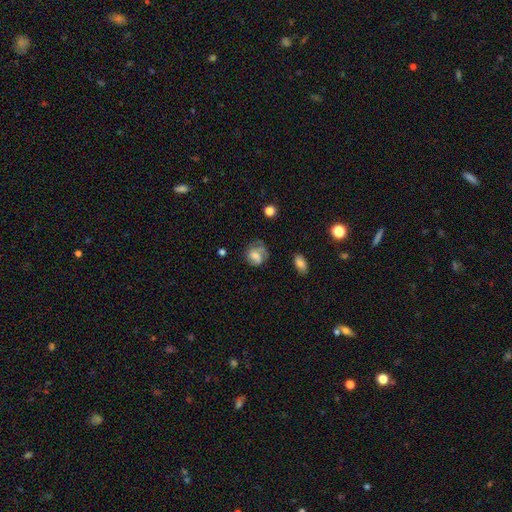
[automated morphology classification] This is possibly a featured or disk galaxy (46%). Merging: possibly none (51%).